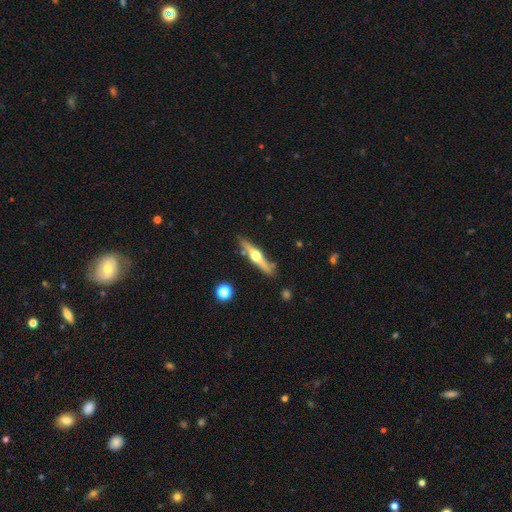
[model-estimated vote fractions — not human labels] Morphology: type=featured or disk (70%); edge-on=yes (97%); edge-on bulge=rounded (95%); merging=none (84%).